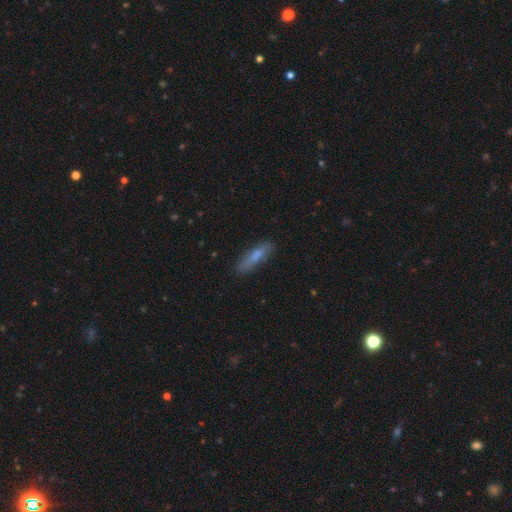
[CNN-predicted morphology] Smooth or featured? Predicted: smooth (p=0.72). How rounded? Predicted: cigar-shaped (p=0.73). Merging? Predicted: none (p=0.79).